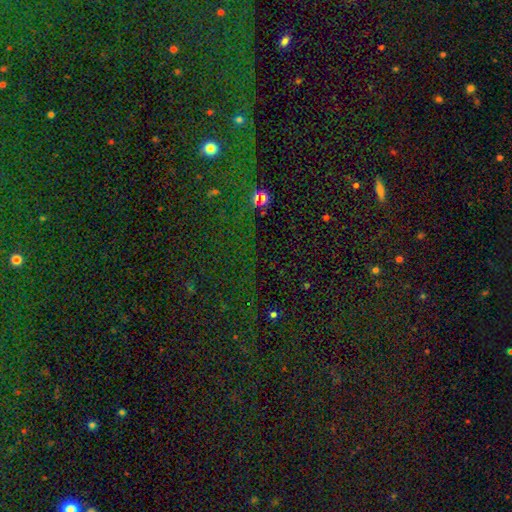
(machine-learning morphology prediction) type=star or artifact (78%).